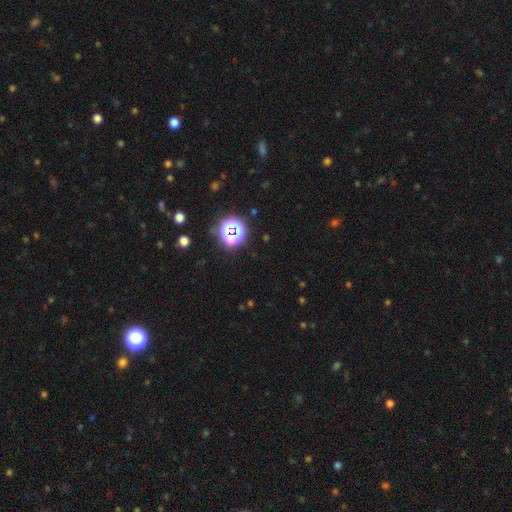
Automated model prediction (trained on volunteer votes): The model was most divided on "smooth or featured": star or artifact: 71%, smooth: 20%, featured or disk: 8%.